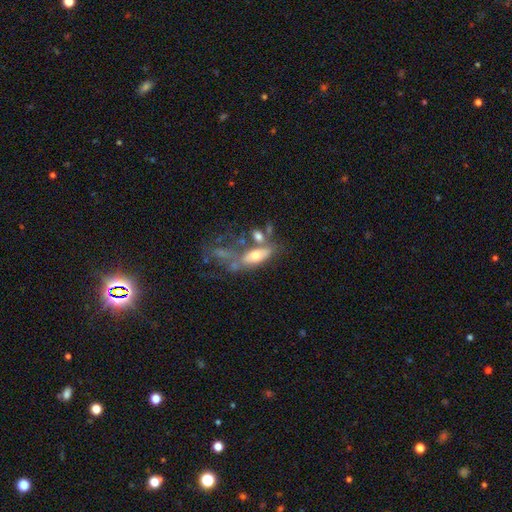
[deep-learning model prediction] The model was most divided on "merging": none: 33%, merger: 30%, major disturbance: 20%, minor disturbance: 17%. More confident: how rounded — in between (70%); smooth or featured — smooth (52%).